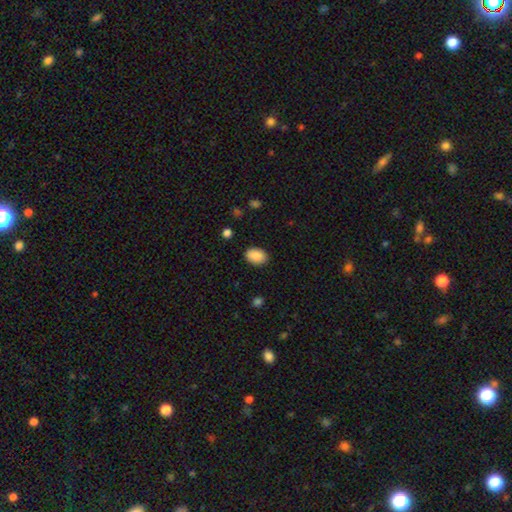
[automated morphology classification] This is clearly a smooth galaxy (89%). How rounded: clearly in between (84%). Merging: clearly none (87%).